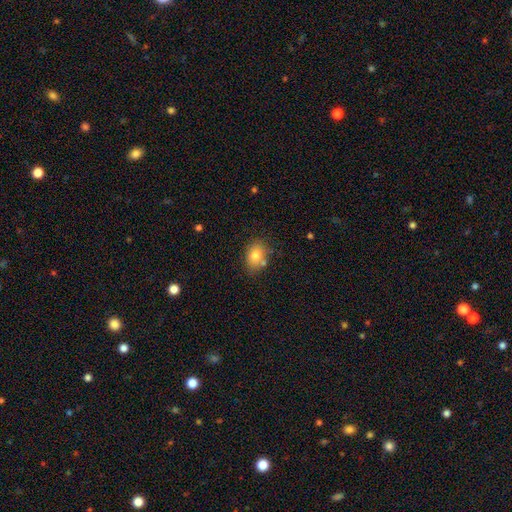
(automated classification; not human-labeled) smooth_or_featured: smooth (p=0.78) [alt: featured or disk p=0.12]
how_rounded: in between (p=0.70) [alt: round p=0.29]
merging: none (p=0.71) [alt: minor disturbance p=0.16]